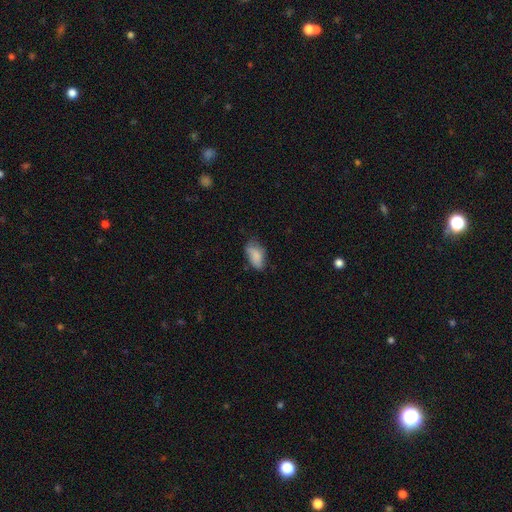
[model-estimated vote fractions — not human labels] This is likely a smooth galaxy (79%). How rounded: clearly in between (92%). Merging: possibly none (51%).